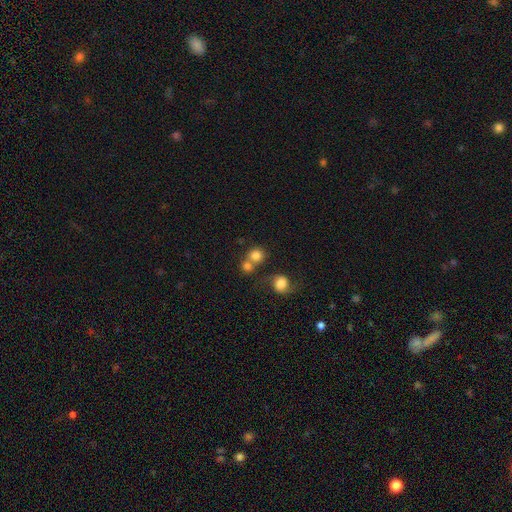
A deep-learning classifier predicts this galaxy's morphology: This appears to be a smooth galaxy with no disk features (79%) that is round (87%). Merging: none (48%).